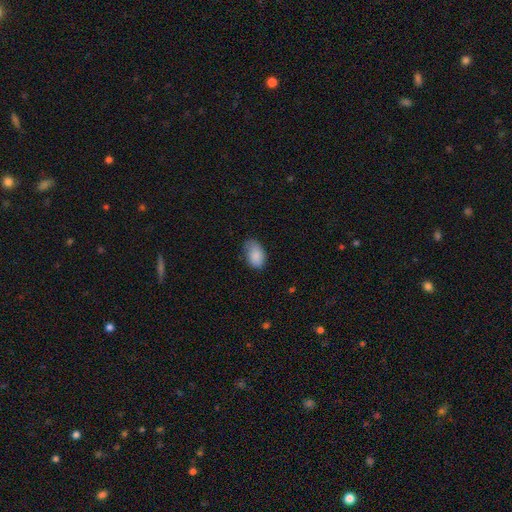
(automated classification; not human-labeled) A smooth galaxy with no disk features (87%) that is in between round and cigar-shaped (92%). Merging: none (60%).